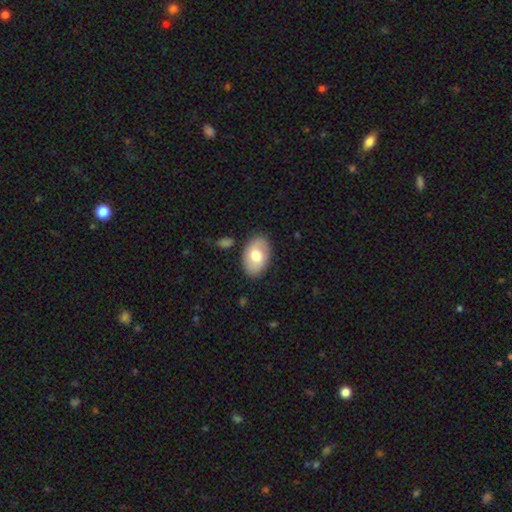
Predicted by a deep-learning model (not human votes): Smooth or featured? smooth (67%)
How rounded? in between (90%)
Merging? none (83%)